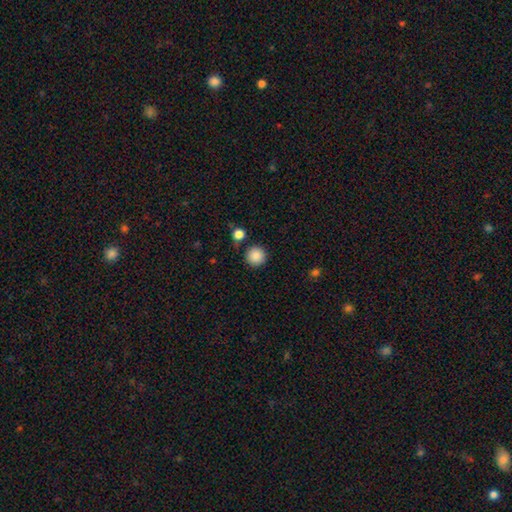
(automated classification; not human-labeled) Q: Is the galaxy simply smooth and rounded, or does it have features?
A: smooth — 88%.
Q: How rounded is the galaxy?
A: round — 96%.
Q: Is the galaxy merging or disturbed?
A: none — 86%.